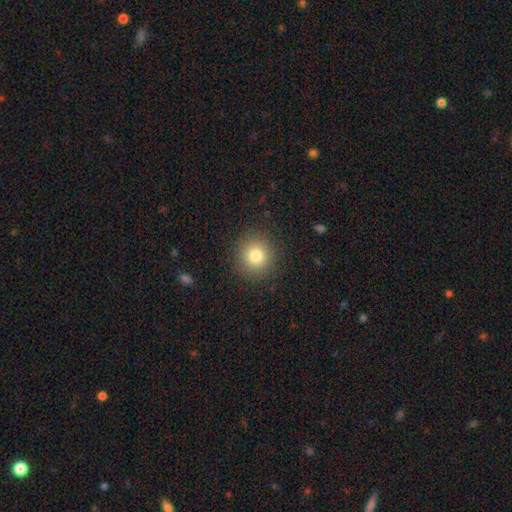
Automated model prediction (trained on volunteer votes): smooth 80%, star or artifact 12%, featured or disk 8%. Down the decision tree: how rounded — round (92%); merging — none (90%).